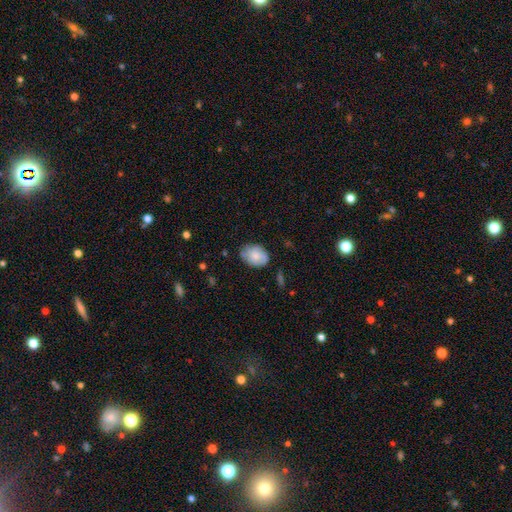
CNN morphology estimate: Overall: smooth (78%). How rounded: in between (71%). Merging: none (69%).